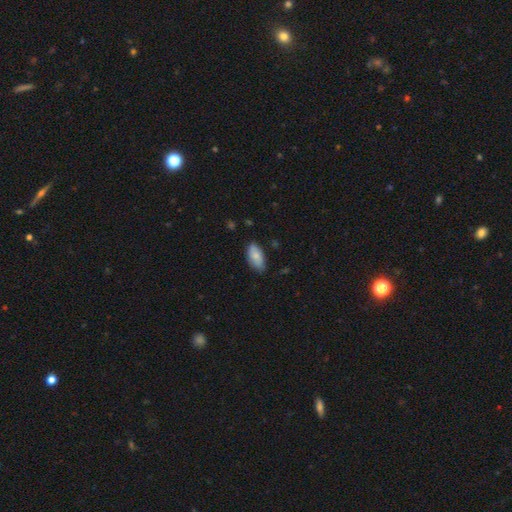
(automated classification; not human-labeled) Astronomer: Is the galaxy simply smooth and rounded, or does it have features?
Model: smooth — 80%.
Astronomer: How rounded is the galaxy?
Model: in between — 93%.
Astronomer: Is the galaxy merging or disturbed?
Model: none — 73%.